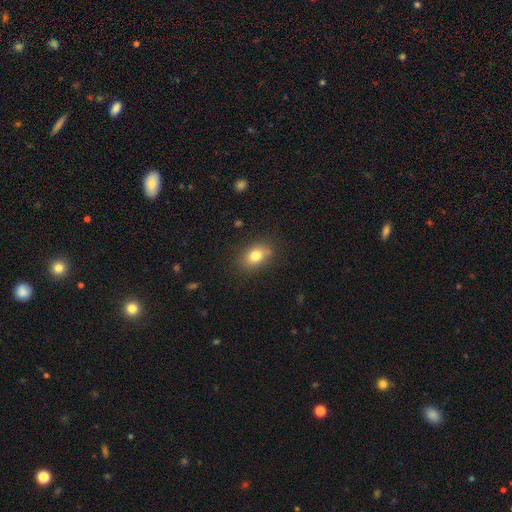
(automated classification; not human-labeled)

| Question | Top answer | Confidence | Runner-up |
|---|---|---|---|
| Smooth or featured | smooth | 78% | featured or disk (11%) |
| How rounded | in between | 74% | round (24%) |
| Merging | none | 79% | minor disturbance (15%) |